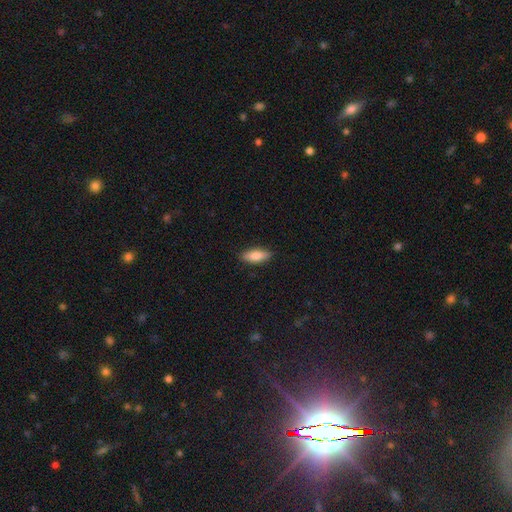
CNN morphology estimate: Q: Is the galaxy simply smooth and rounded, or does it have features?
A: smooth — 81%.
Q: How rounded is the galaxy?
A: in between — 69%.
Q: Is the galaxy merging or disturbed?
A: none — 88%.